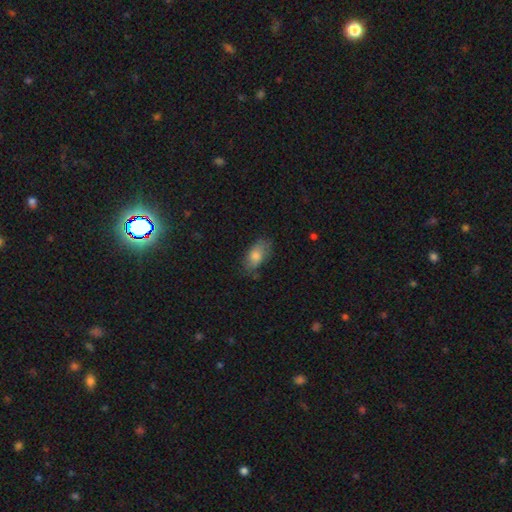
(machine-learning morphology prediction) A smooth galaxy with no disk features (77%) that is in between round and cigar-shaped (90%). Merging: none (66%).